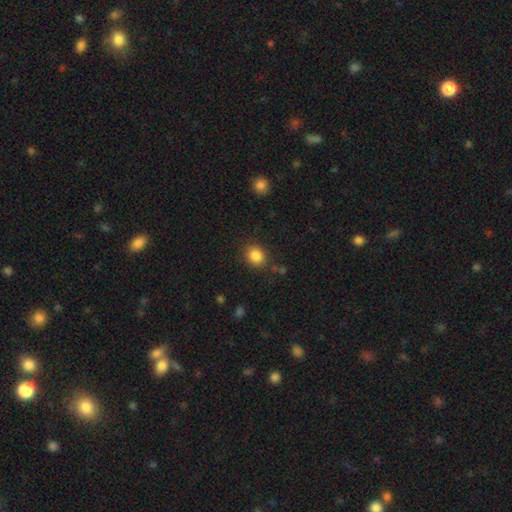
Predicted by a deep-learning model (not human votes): This appears to be a smooth galaxy with no disk features (86%) that is round (71%). Merging: none (83%).